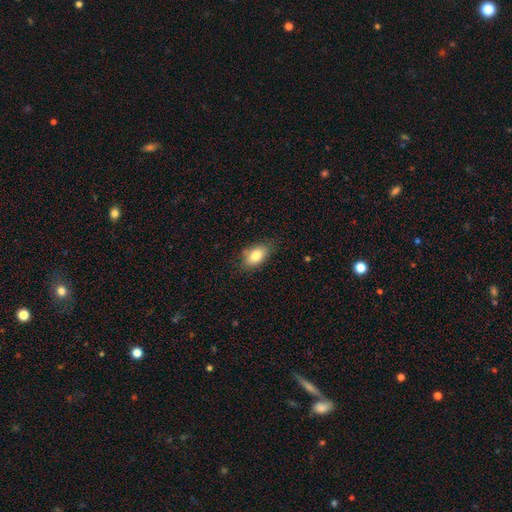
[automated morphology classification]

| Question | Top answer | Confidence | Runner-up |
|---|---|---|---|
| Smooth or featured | smooth | 82% | featured or disk (10%) |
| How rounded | in between | 88% | round (10%) |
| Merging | none | 77% | minor disturbance (18%) |